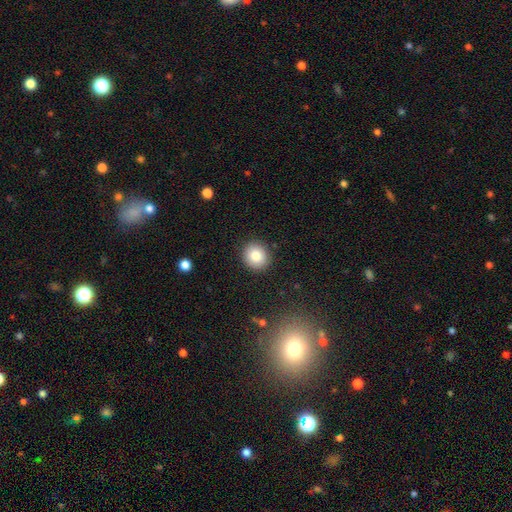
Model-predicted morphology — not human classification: type=smooth (82%); roundness=round (84%); merging=none (90%).